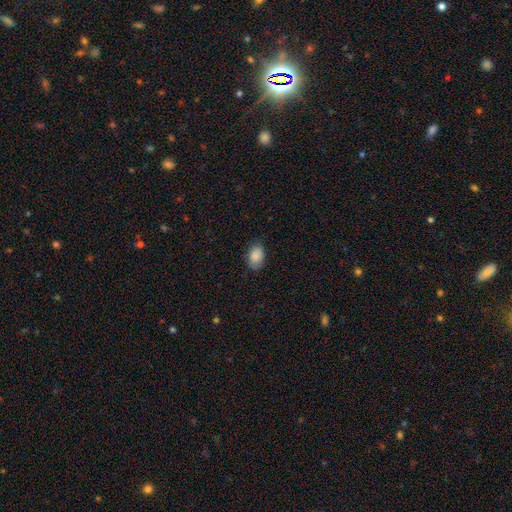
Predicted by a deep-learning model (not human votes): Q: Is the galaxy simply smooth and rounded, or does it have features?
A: smooth — 89%.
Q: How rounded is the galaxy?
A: in between — 88%.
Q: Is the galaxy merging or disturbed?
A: none — 81%.